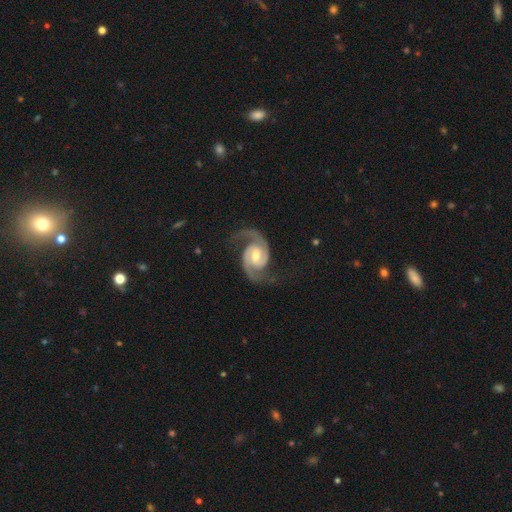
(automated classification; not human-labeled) A featured or disk galaxy (93%) with a weak bar (51%), 2 (94%) medium (58%) spiral arms (99%) and a moderate central bulge (63%).

Vote fractions:
- Smooth or featured? featured or disk: 93% / star or artifact: 4% / smooth: 3%
- Edge-on disk? no: 98% / yes: 2%
- Bar? weak: 51% / no: 29% / strong: 19%
- Spiral arms? yes: 99% / no: 1%
- Spiral winding? medium: 58% / tight: 25% / loose: 17%
- Spiral arm count? 2: 94% / can't tell: 1% / 3: 1% / 1: 1% / 4: 1% / more than 4: 1%
- Bulge size? moderate: 63% / small: 28% / large: 6% / none: 3% / dominant: 1%
- Merging? none: 76% / minor disturbance: 15% / major disturbance: 7% / merger: 1%